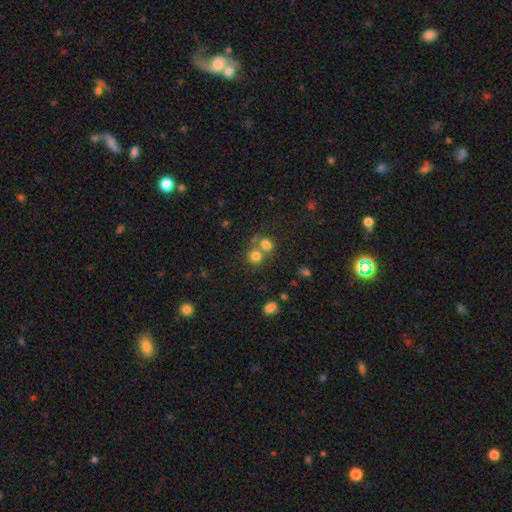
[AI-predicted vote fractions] Morphology: type=smooth (76%); roundness=round (80%); merging=none (47%).